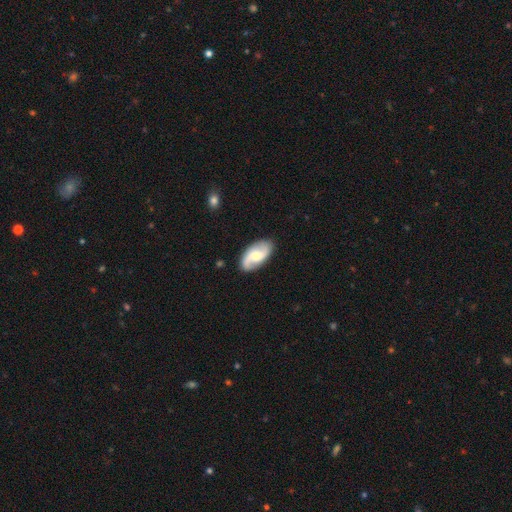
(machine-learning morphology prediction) A featured or disk galaxy (74%) with no bar (49%), 2 (91%) loose (50%) spiral arms (95%) and a moderate central bulge (50%).

Vote fractions:
- Smooth or featured? featured or disk: 74% / smooth: 20% / star or artifact: 5%
- Edge-on disk? no: 96% / yes: 4%
- Bar? no: 49% / weak: 41% / strong: 10%
- Spiral arms? yes: 95% / no: 5%
- Spiral winding? loose: 50% / medium: 37% / tight: 13%
- Spiral arm count? 2: 91% / can't tell: 4% / 1: 2% / 3: 1% / 4: 1% / more than 4: 1%
- Bulge size? moderate: 50% / small: 33% / large: 9% / none: 6% / dominant: 2%
- Merging? none: 85% / minor disturbance: 11% / major disturbance: 3% / merger: 1%